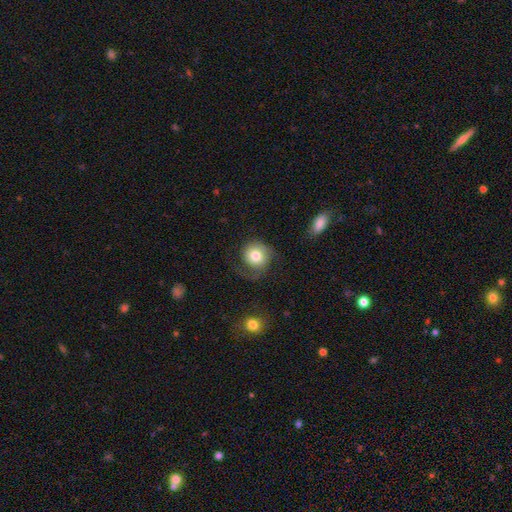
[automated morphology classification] A smooth galaxy with no disk features (68%) that is round (85%).

Vote fractions:
- Smooth or featured? smooth: 68% / featured or disk: 25% / star or artifact: 7%
- How rounded? round: 85% / in between: 14% / cigar-shaped: 1%
- Merging? none: 50% / major disturbance: 26% / minor disturbance: 22% / merger: 2%